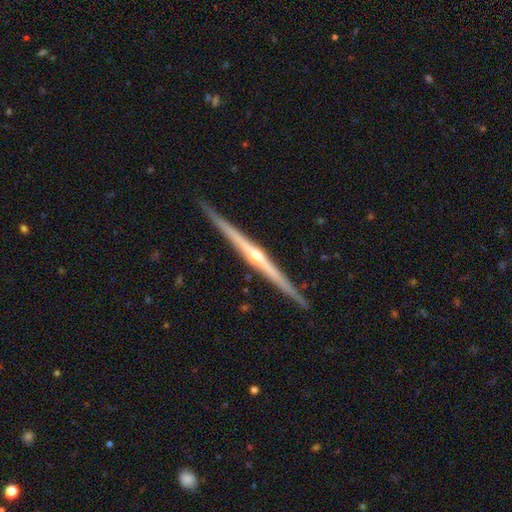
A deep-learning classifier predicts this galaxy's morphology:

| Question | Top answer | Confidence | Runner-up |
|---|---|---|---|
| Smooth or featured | featured or disk | 86% | smooth (9%) |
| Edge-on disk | yes | 99% | no (1%) |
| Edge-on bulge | rounded | 79% | none (16%) |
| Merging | none | 92% | minor disturbance (6%) |